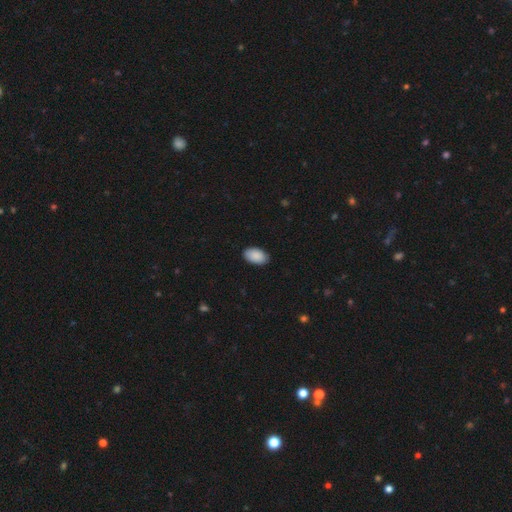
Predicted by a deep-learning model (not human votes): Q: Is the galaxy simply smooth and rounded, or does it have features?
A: smooth — 90%.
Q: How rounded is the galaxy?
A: in between — 95%.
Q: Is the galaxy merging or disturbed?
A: none — 88%.